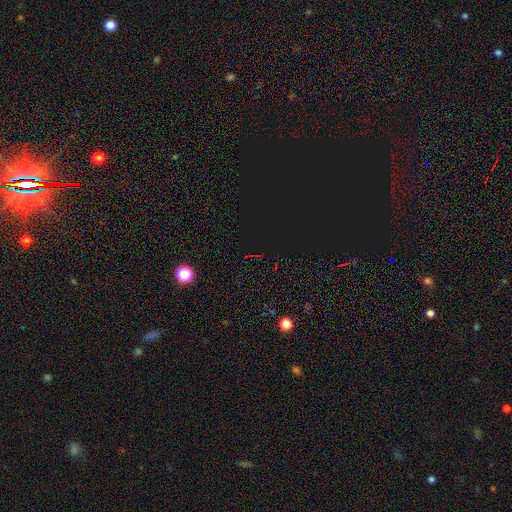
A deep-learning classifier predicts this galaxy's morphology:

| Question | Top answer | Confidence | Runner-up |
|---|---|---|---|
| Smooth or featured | star or artifact | 80% | smooth (12%) |